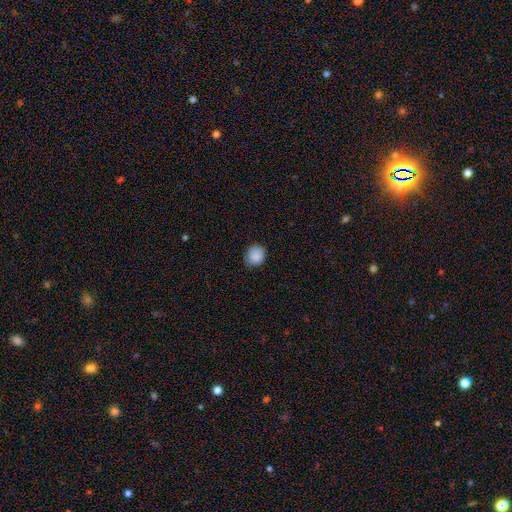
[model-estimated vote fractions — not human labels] This appears to be a smooth galaxy with no disk features (88%) that is round (79%). Merging: none (81%).